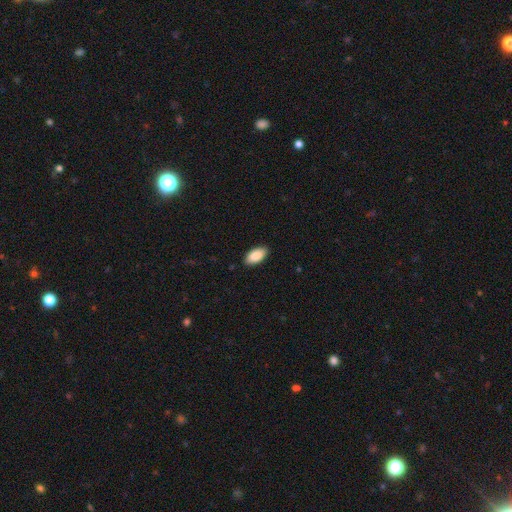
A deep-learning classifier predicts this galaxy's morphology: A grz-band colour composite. It shows a smooth galaxy with no disk features (90%) that is in between round and cigar-shaped (95%). Merging: none (89%).